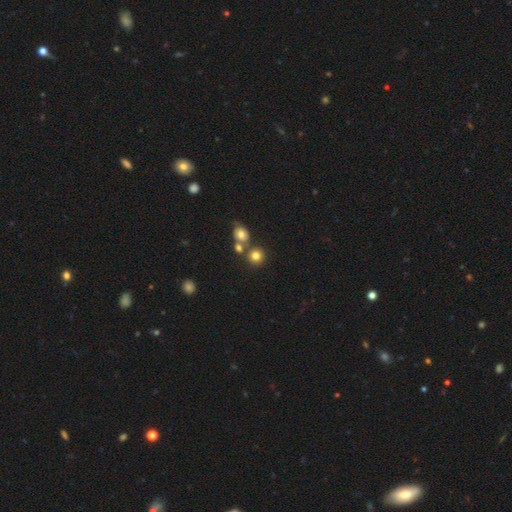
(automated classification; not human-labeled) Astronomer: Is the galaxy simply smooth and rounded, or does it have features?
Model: smooth — 78%.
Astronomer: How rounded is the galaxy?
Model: round — 87%.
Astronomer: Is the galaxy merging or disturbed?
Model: none — 66%.